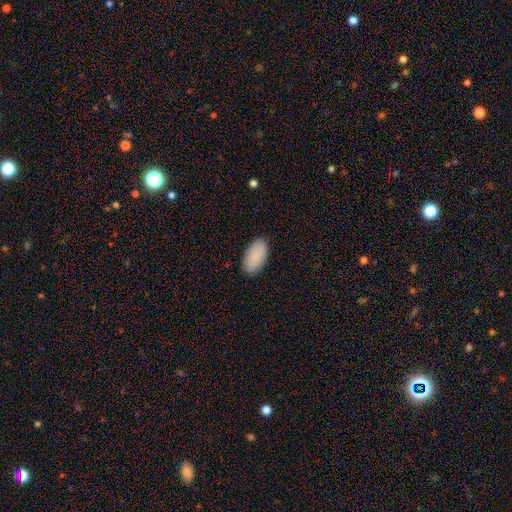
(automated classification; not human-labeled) A smooth galaxy with no disk features (91%) that is in between round and cigar-shaped (95%). Merging: none (88%).